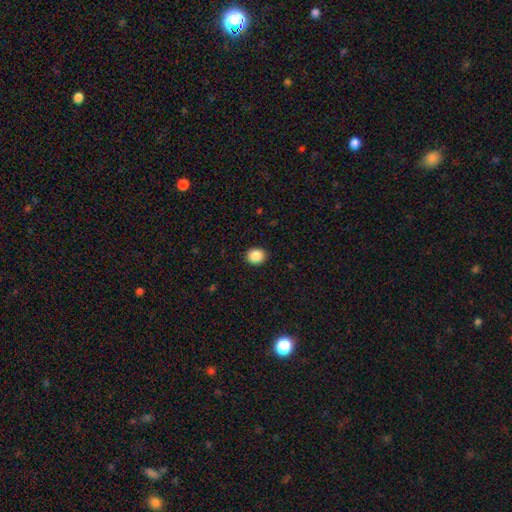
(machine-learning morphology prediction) Q: Smooth or featured?
A: smooth (88%); runner-up: star or artifact (9%)
Q: How rounded?
A: round (76%); runner-up: in between (23%)
Q: Merging?
A: none (92%); runner-up: minor disturbance (6%)